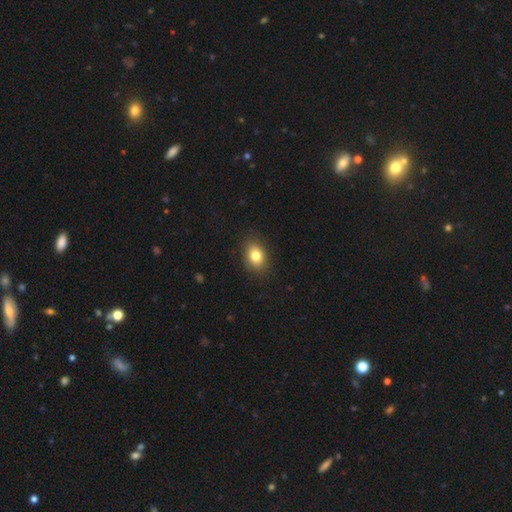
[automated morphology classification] Smooth or featured? smooth (81%)
How rounded? in between (71%)
Merging? none (87%)